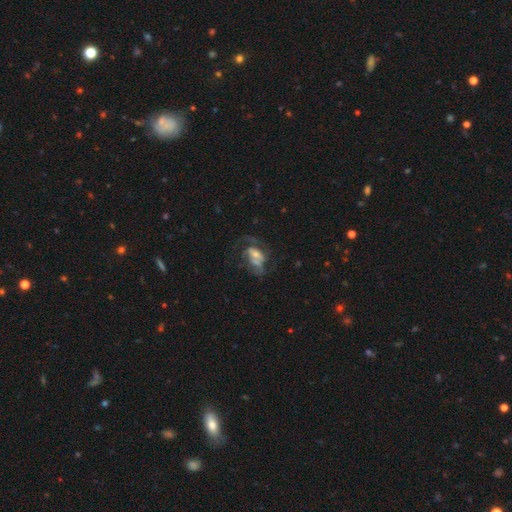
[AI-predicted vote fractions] A featured or disk galaxy (61%) with no bar (64%), spiral arms (58%) and a moderate central bulge (46%).

Vote fractions:
- Smooth or featured? featured or disk: 61% / smooth: 29% / star or artifact: 10%
- Edge-on disk? no: 96% / yes: 4%
- Bar? no: 64% / weak: 27% / strong: 9%
- Spiral arms? yes: 58% / no: 42%
- Bulge size? moderate: 46% / small: 38% / large: 8% / none: 6% / dominant: 2%
- Merging? major disturbance: 43% / none: 34% / minor disturbance: 18% / merger: 6%